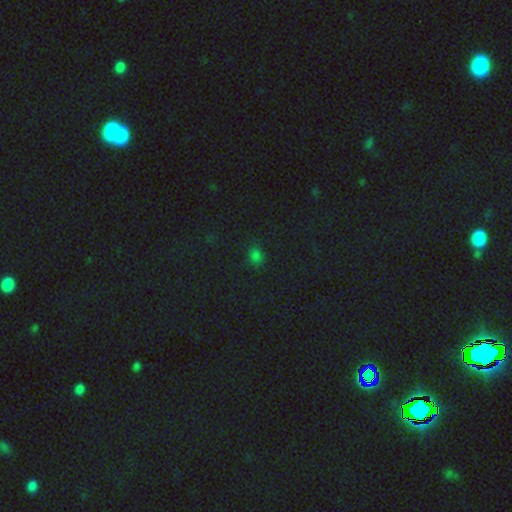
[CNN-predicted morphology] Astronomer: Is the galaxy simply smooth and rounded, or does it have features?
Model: smooth — 65%.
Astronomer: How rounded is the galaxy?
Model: round — 50% (runner-up: in between, 48%).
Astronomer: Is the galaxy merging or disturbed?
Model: none — 82%.